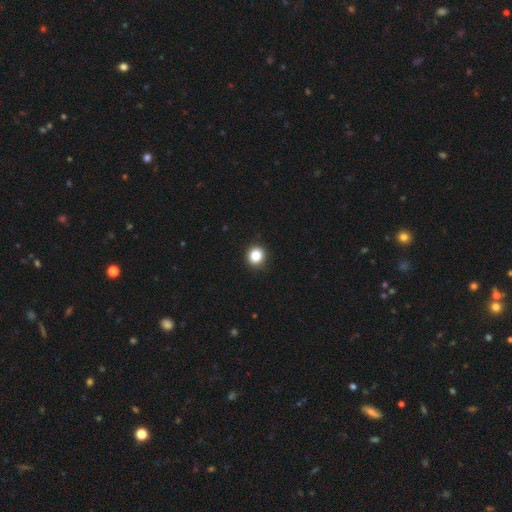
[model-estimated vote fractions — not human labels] Smooth or featured?
  - smooth: 86% *
  - star or artifact: 11%
  - featured or disk: 3%
How rounded?
  - round: 89% *
  - in between: 10%
  - cigar-shaped: 1%
Merging?
  - none: 91% *
  - minor disturbance: 6%
  - major disturbance: 2%
  - merger: 1%